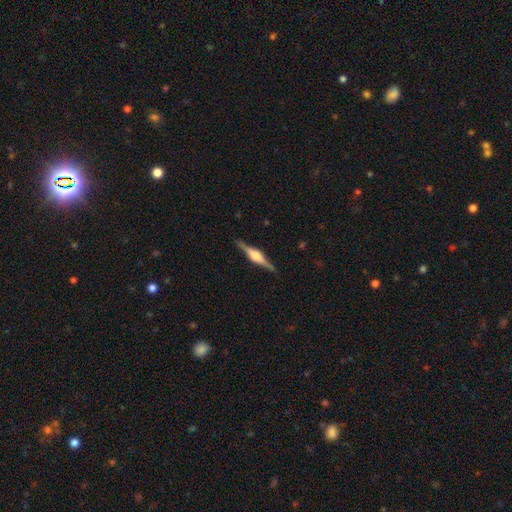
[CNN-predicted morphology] This appears to be a featured or disk galaxy (82%) viewed edge-on (98%) with a rounded central bulge (72%). Merging: none (89%).